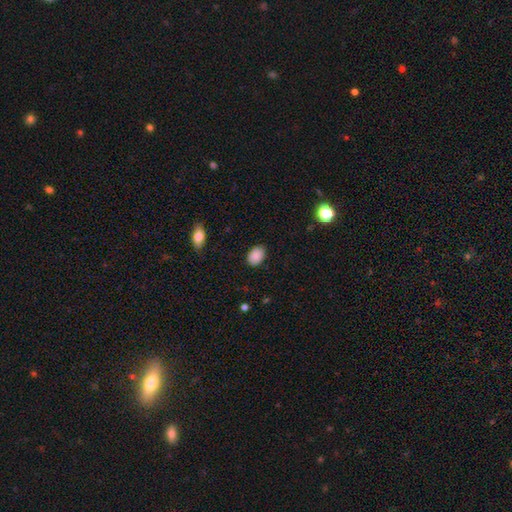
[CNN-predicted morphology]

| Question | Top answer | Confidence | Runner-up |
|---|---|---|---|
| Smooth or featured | smooth | 89% | star or artifact (8%) |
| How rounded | in between | 82% | round (17%) |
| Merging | none | 87% | minor disturbance (10%) |